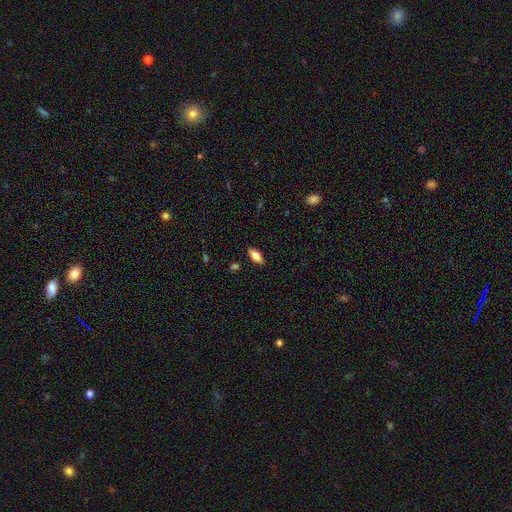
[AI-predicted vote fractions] Morphology: type=smooth (78%); roundness=in between (85%); merging=none (87%).